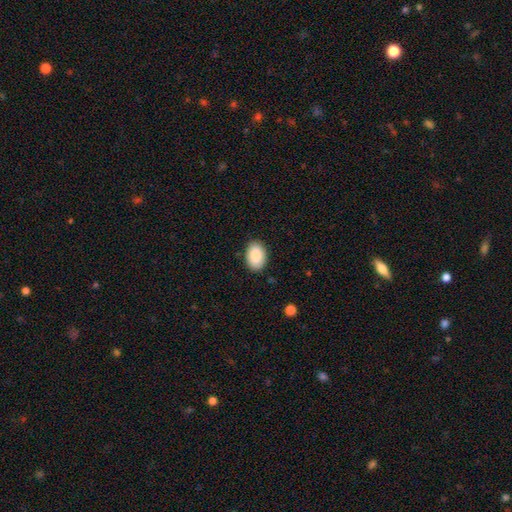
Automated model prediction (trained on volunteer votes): Smooth or featured?
  - smooth: 89% *
  - star or artifact: 6%
  - featured or disk: 5%
How rounded?
  - in between: 88% *
  - round: 11%
  - cigar-shaped: 1%
Merging?
  - none: 87% *
  - minor disturbance: 10%
  - major disturbance: 2%
  - merger: 1%